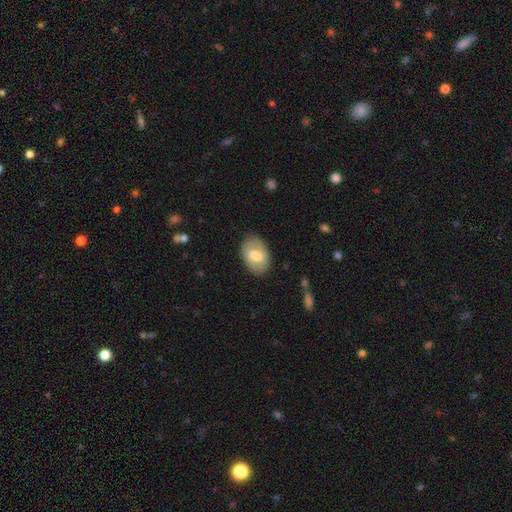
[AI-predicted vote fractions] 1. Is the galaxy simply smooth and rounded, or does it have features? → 55% smooth, 39% featured or disk, 6% star or artifact.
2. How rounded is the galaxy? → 83% in between, 15% round, 1% cigar-shaped.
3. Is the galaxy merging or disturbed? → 80% none, 15% minor disturbance, 4% major disturbance, 1% merger.